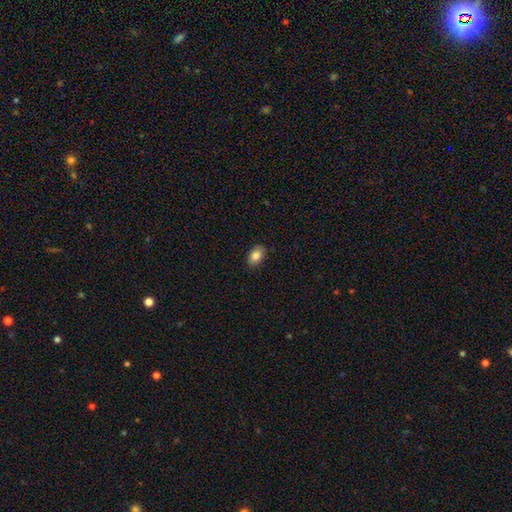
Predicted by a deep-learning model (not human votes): Morphology: type=smooth (86%); roundness=in between (88%); merging=none (86%).